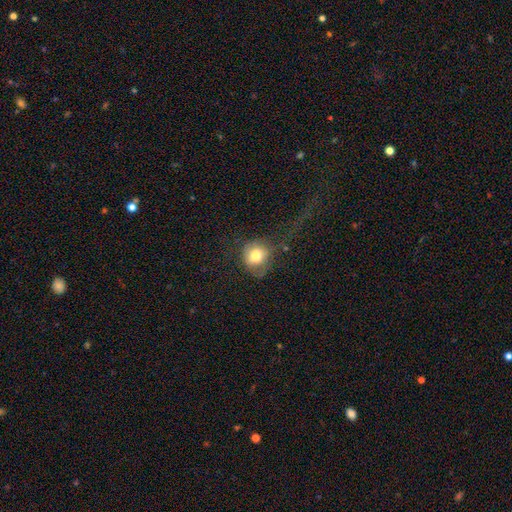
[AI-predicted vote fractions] Smooth or featured?
  - smooth: 76% *
  - featured or disk: 15%
  - star or artifact: 9%
How rounded?
  - round: 81% *
  - in between: 18%
  - cigar-shaped: 1%
Merging?
  - none: 49% *
  - major disturbance: 27%
  - minor disturbance: 22%
  - merger: 3%